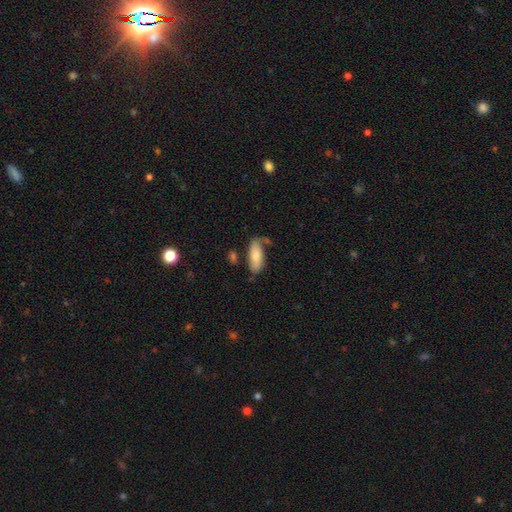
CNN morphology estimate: Overall: smooth (74%). How rounded: in between (77%). Merging: none (56%; minor disturbance 24%).